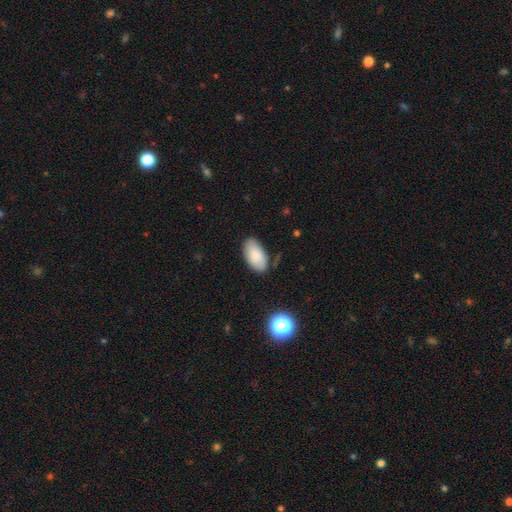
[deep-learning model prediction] Smooth or featured? smooth (86%)
How rounded? in between (95%)
Merging? none (81%)